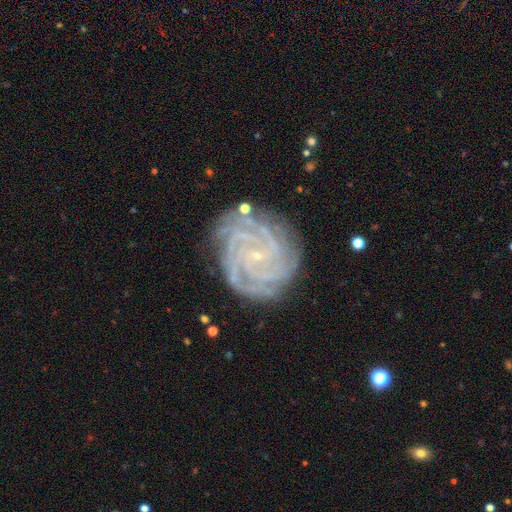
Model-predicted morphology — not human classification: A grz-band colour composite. It shows a featured or disk galaxy (87%) with no bar (68%), 4 (29%) tight (83%) spiral arms (98%) and a small central bulge (88%). Merging: none (83%).